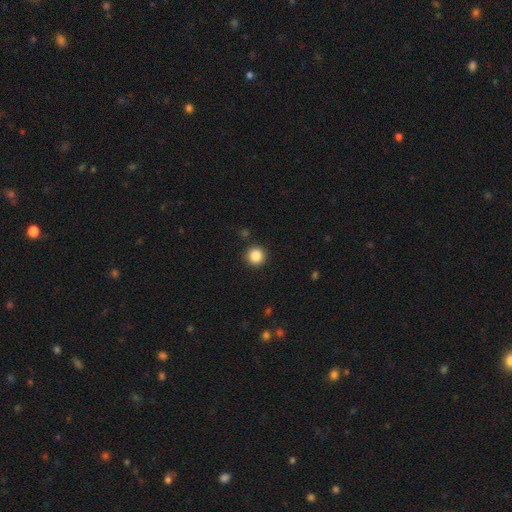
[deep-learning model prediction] smooth 86%, star or artifact 11%, featured or disk 4%. Down the decision tree: how rounded — round (94%); merging — none (92%).